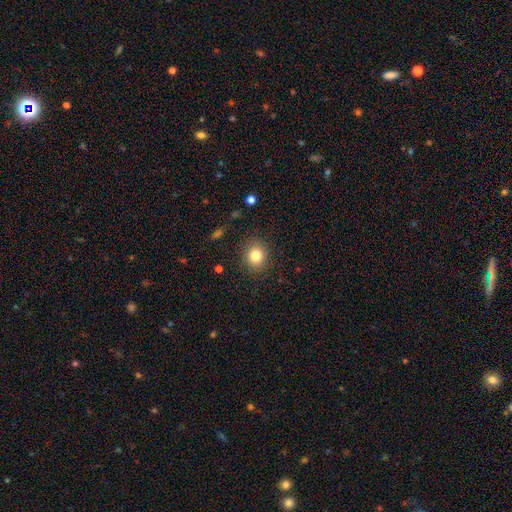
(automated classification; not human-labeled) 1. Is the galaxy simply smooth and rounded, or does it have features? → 82% smooth, 11% star or artifact, 8% featured or disk.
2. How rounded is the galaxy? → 74% round, 25% in between, 1% cigar-shaped.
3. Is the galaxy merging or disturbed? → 87% none, 9% minor disturbance, 3% major disturbance, 1% merger.